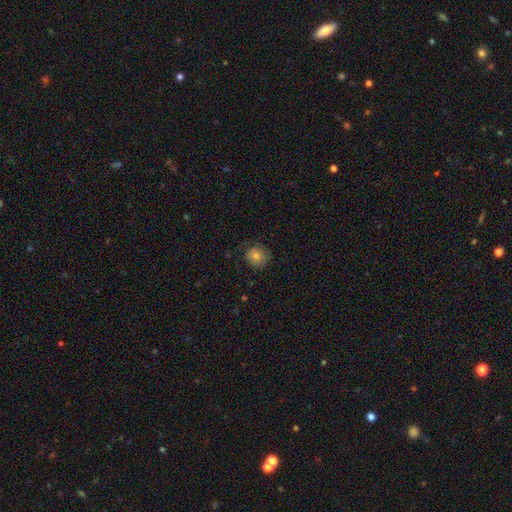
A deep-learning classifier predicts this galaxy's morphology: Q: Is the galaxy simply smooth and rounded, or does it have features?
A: smooth — 74%.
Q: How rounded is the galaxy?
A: round — 87%.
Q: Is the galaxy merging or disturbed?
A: none — 77%.